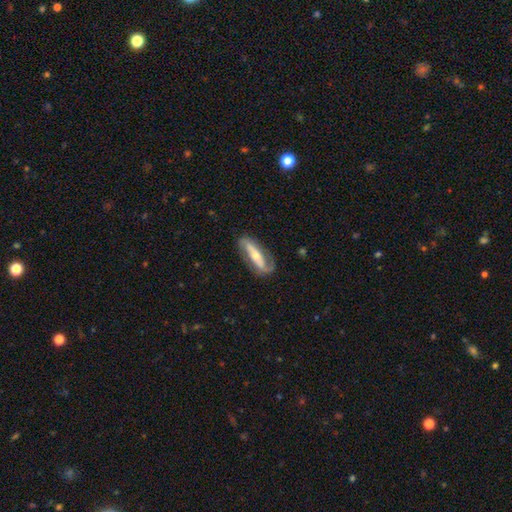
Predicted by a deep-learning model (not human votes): featured or disk 75%, smooth 20%, star or artifact 5%. Down the decision tree: edge-on disk — no (77%); bar — strong (56%); spiral arms — yes (84%); bulge size — moderate (52%); merging — none (75%).